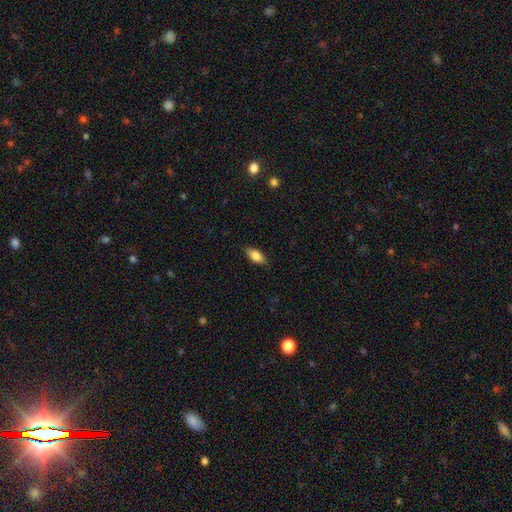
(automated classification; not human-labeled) A smooth galaxy with no disk features (77%) that is in between round and cigar-shaped (84%). Merging: none (84%).